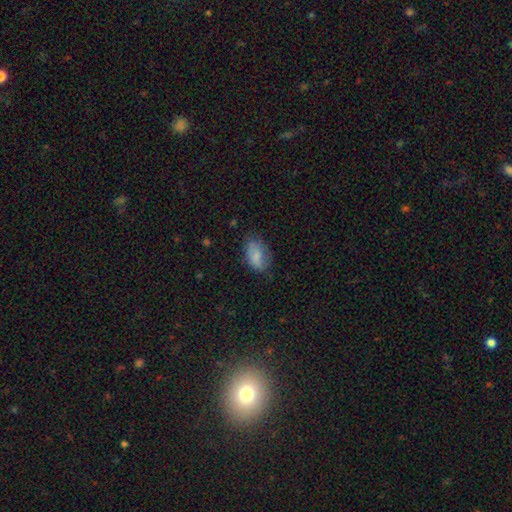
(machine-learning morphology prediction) The model was most divided on "merging": none: 66%, minor disturbance: 25%, major disturbance: 8%, merger: 1%. More confident: how rounded — in between (91%); smooth or featured — smooth (82%).